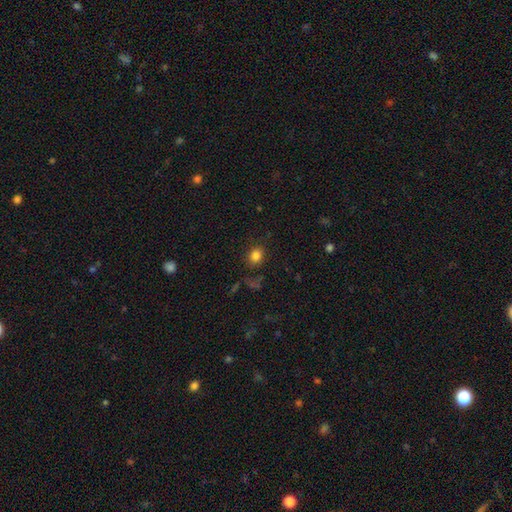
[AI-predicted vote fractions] Smooth or featured? Predicted: smooth (p=0.81). How rounded? Predicted: round (p=0.59). Merging? Predicted: none (p=0.80).